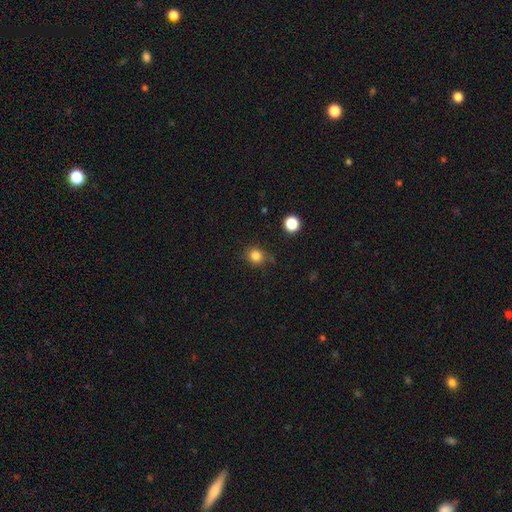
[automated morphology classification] Q: Smooth or featured?
A: smooth (82%); runner-up: star or artifact (13%)
Q: How rounded?
A: round (82%); runner-up: in between (17%)
Q: Merging?
A: none (75%); runner-up: minor disturbance (18%)